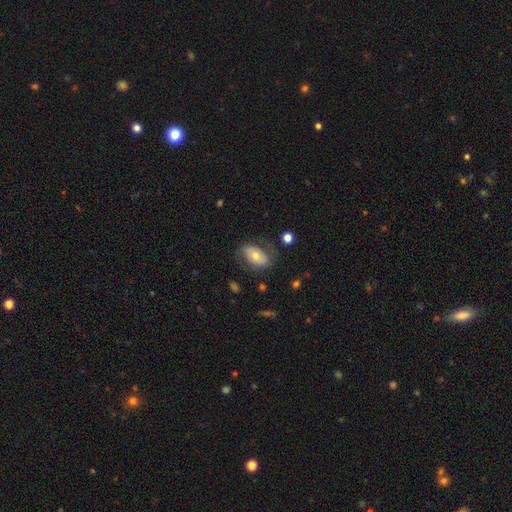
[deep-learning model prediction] Smooth or featured: featured or disk — 48% (smooth — 44%)
Merging: none — 65% (minor disturbance — 20%)